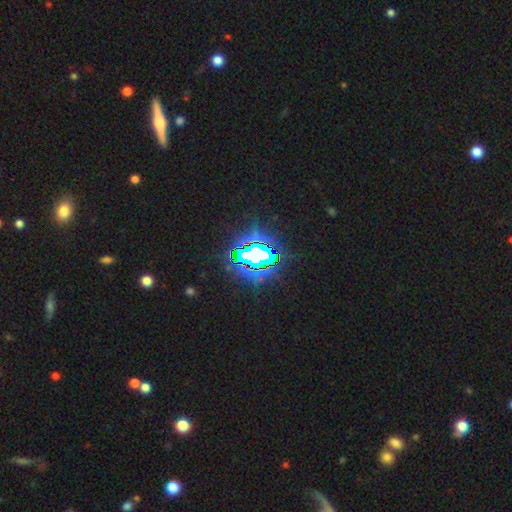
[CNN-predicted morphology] This is likely a star or artifact rather than a galaxy (75%).